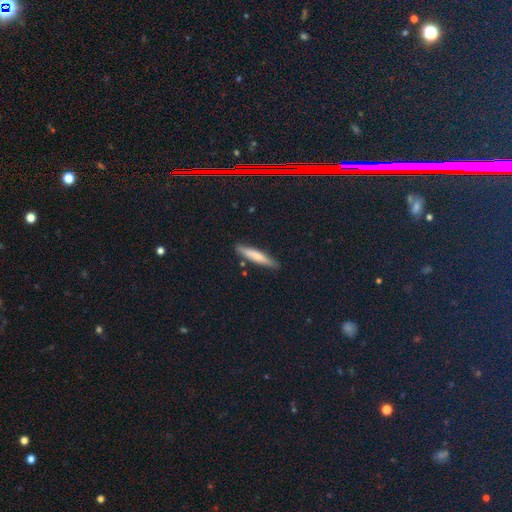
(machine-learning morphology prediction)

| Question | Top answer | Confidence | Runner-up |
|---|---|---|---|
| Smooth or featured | smooth | 65% | featured or disk (25%) |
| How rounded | cigar-shaped | 89% | in between (10%) |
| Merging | none | 87% | minor disturbance (9%) |